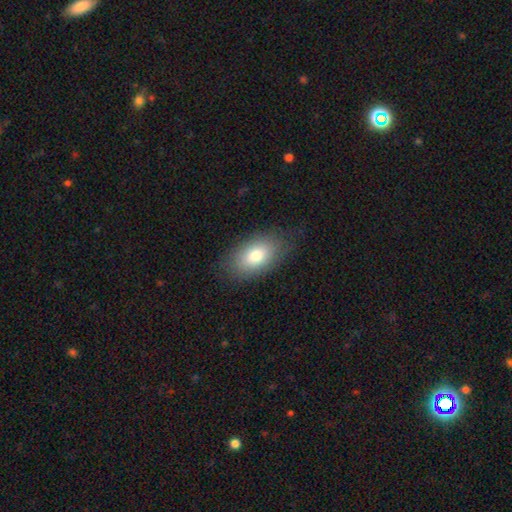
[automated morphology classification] A smooth galaxy with no disk features (79%) that is in between round and cigar-shaped (91%). Merging: none (80%).